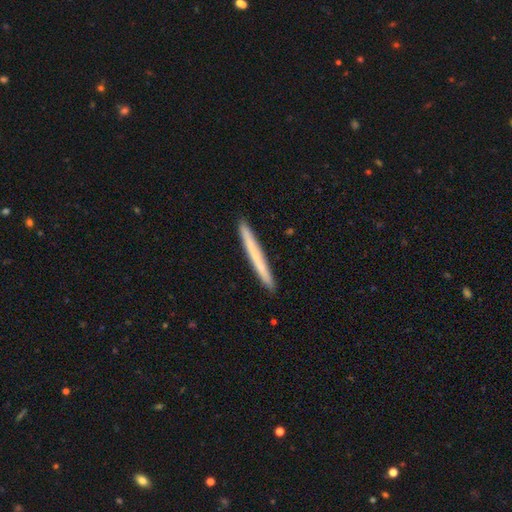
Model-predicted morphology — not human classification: A smooth galaxy with no disk features (58%) that is cigar-shaped (97%).

Vote fractions:
- Smooth or featured? smooth: 58% / featured or disk: 37% / star or artifact: 6%
- How rounded? cigar-shaped: 97% / in between: 1% / round: 1%
- Merging? none: 93% / minor disturbance: 5% / major disturbance: 1% / merger: 1%